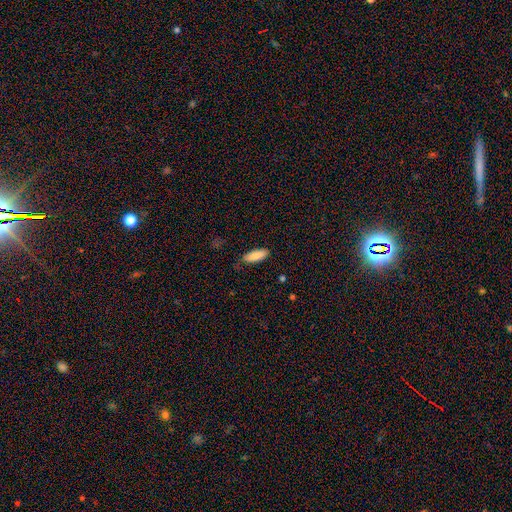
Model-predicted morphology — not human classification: type=smooth (88%); roundness=in between (69%); merging=none (79%).